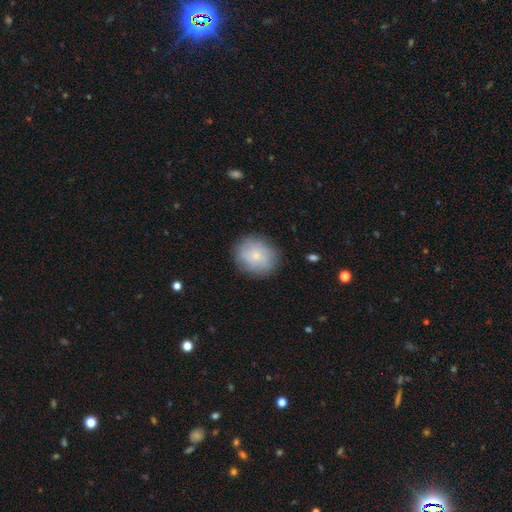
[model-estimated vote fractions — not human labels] Q: Smooth or featured?
A: smooth (71%); runner-up: featured or disk (21%)
Q: How rounded?
A: round (71%); runner-up: in between (28%)
Q: Merging?
A: none (81%); runner-up: minor disturbance (14%)